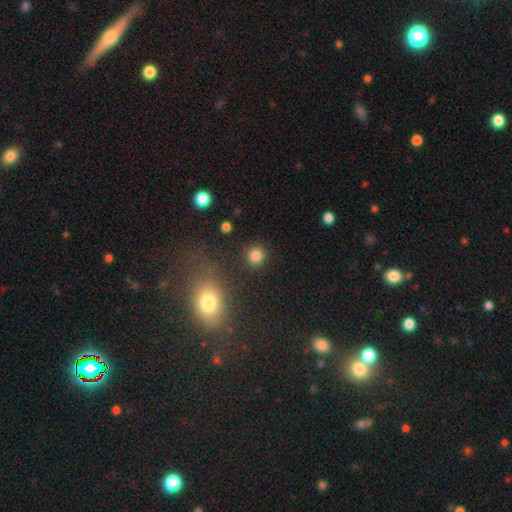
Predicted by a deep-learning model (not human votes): Smooth or featured? smooth (83%)
How rounded? round (93%)
Merging? none (89%)